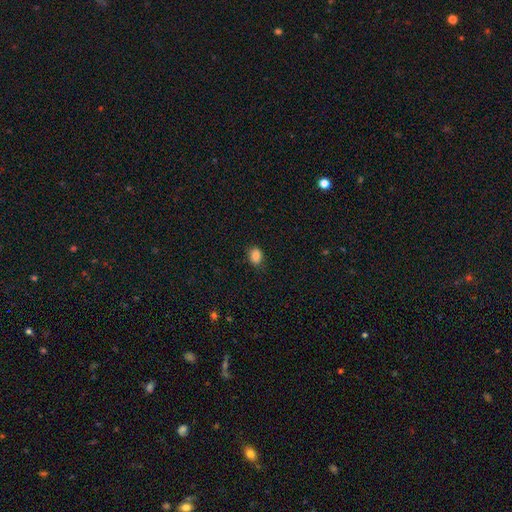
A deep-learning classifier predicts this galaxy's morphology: Smooth or featured? smooth (84%)
How rounded? in between (59%)
Merging? none (79%)